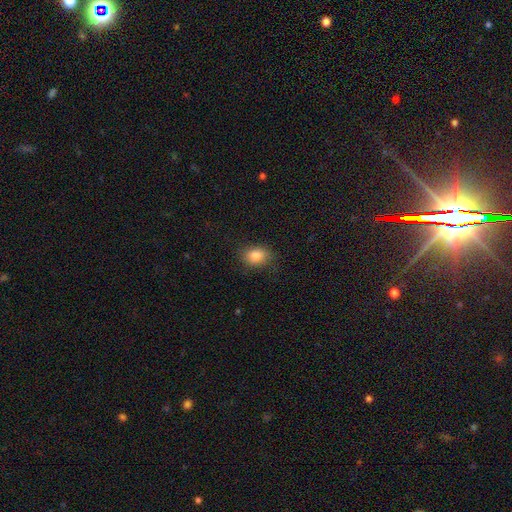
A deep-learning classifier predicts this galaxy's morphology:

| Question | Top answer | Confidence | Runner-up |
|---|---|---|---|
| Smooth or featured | smooth | 84% | star or artifact (9%) |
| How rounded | in between | 62% | round (37%) |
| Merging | none | 80% | minor disturbance (15%) |